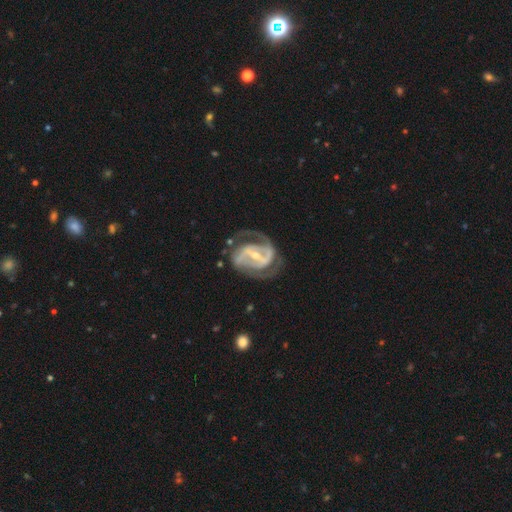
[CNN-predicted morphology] A featured or disk galaxy (92%) with a strong bar (63%), 2 (83%) medium (50%) spiral arms (97%) and a small central bulge (58%). Merging: none (67%).